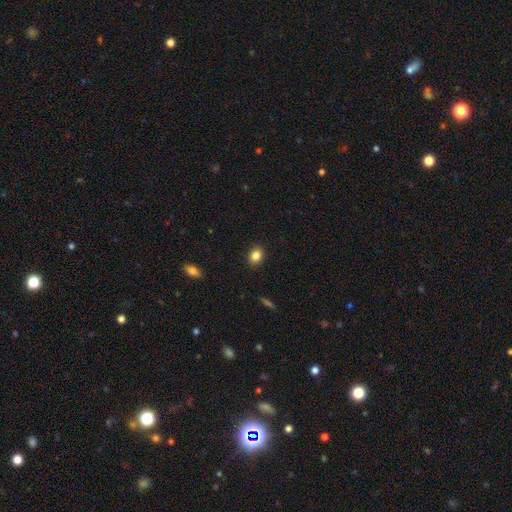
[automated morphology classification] This is clearly a smooth galaxy (85%). How rounded: possibly in between (56%). Merging: clearly none (89%).